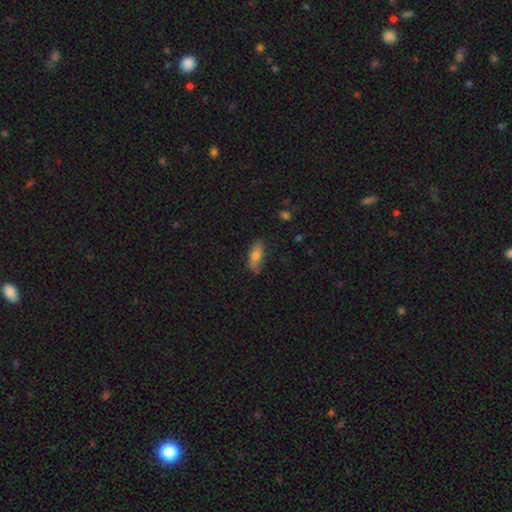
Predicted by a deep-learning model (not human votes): Smooth or featured?
  - smooth: 70% *
  - featured or disk: 22%
  - star or artifact: 8%
How rounded?
  - in between: 75% *
  - cigar-shaped: 22%
  - round: 3%
Merging?
  - none: 72% *
  - minor disturbance: 22%
  - major disturbance: 5%
  - merger: 2%